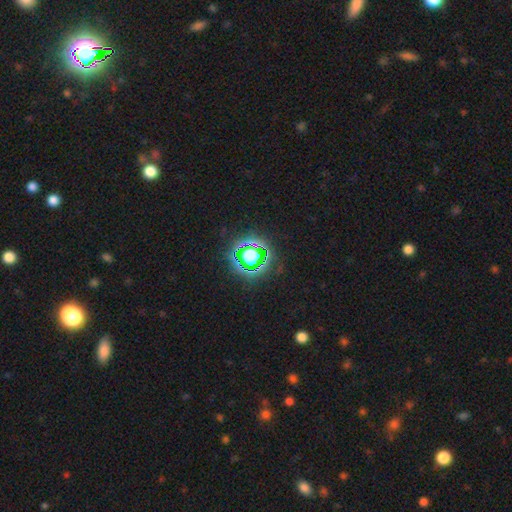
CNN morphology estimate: Smooth or featured? Predicted: star or artifact (p=0.65).